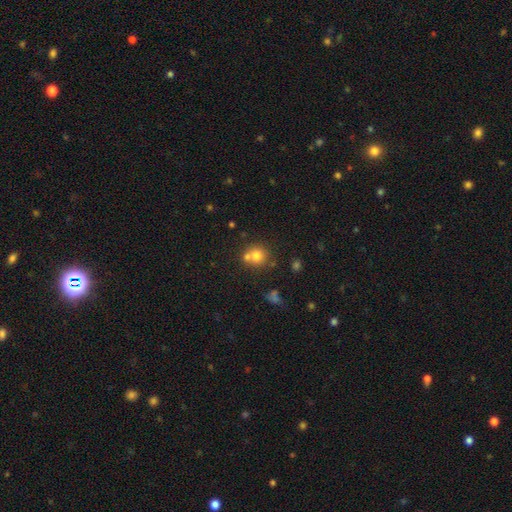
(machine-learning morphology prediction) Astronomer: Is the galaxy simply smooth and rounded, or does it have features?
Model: smooth — 74%.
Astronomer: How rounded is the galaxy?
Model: round — 84%.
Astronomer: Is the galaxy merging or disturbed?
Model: none — 50% (runner-up: merger, 38%).